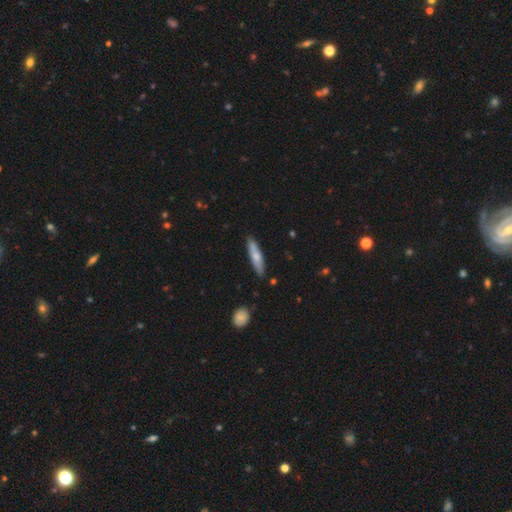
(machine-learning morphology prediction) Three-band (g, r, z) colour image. It shows a smooth galaxy with no disk features (63%) that is cigar-shaped (82%). Merging: none (83%).